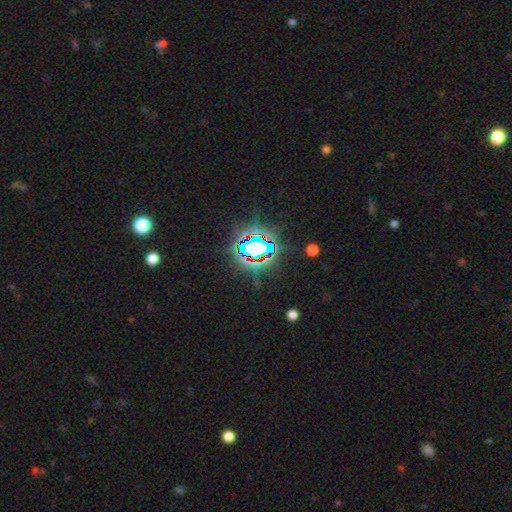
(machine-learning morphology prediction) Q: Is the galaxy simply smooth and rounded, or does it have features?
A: star or artifact — 82%.